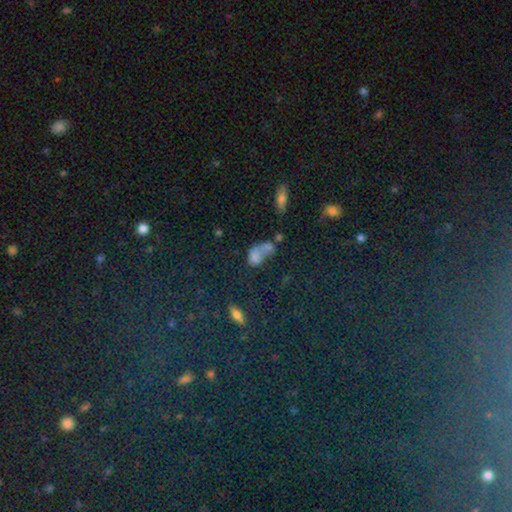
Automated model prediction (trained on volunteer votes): Smooth or featured: smooth — 60% (star or artifact — 20%)
How rounded: in between — 70% (round — 25%)
Merging: merger — 45% (none — 26%)